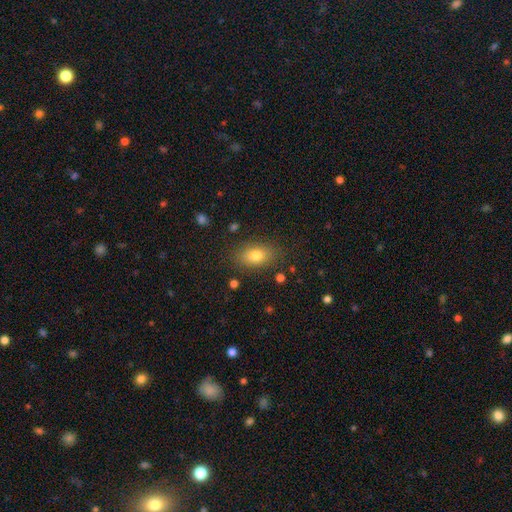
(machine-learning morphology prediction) Q: Smooth or featured?
A: smooth (78%); runner-up: featured or disk (12%)
Q: How rounded?
A: in between (85%); runner-up: round (11%)
Q: Merging?
A: none (84%); runner-up: minor disturbance (11%)